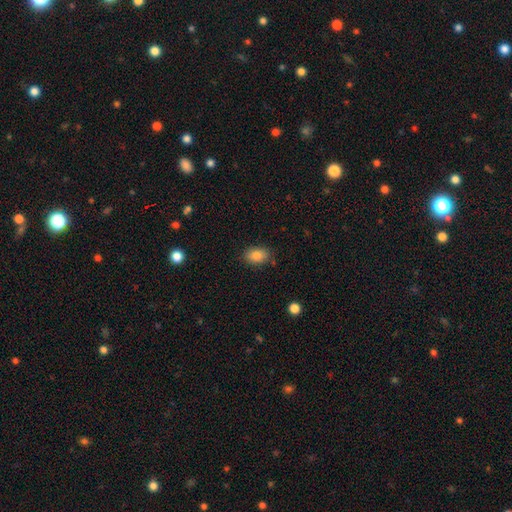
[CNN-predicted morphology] Smooth or featured? smooth (85%)
How rounded? in between (85%)
Merging? none (83%)